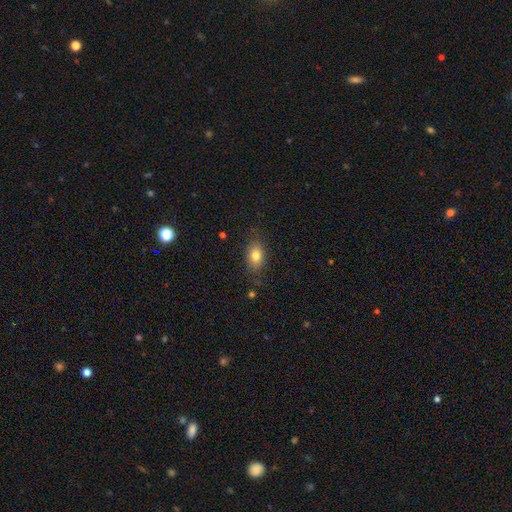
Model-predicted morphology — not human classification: smooth 81%, featured or disk 10%, star or artifact 9%. Down the decision tree: how rounded — in between (84%); merging — none (79%).